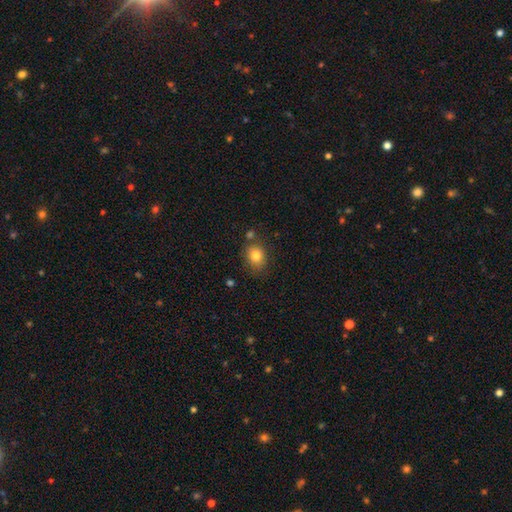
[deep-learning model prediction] Q: Smooth or featured?
A: smooth (81%); runner-up: star or artifact (10%)
Q: How rounded?
A: round (55%); runner-up: in between (44%)
Q: Merging?
A: none (73%); runner-up: minor disturbance (15%)